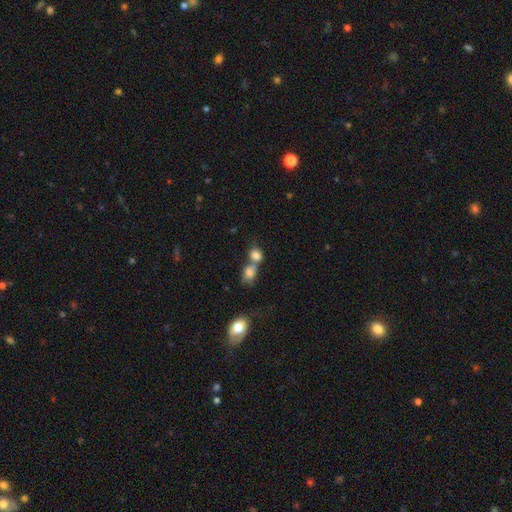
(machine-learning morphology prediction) Overall: smooth (80%). How rounded: round (53%; in between 46%). Merging: merger (61%; none 28%).